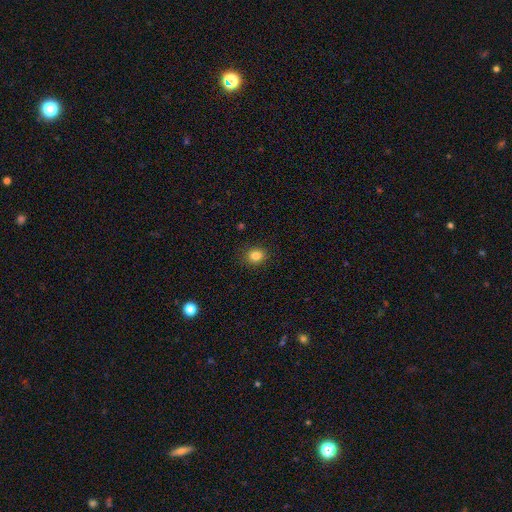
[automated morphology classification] Smooth or featured?
  - smooth: 84% *
  - star or artifact: 11%
  - featured or disk: 5%
How rounded?
  - round: 70% *
  - in between: 30%
  - cigar-shaped: 1%
Merging?
  - none: 89% *
  - minor disturbance: 8%
  - major disturbance: 2%
  - merger: 1%